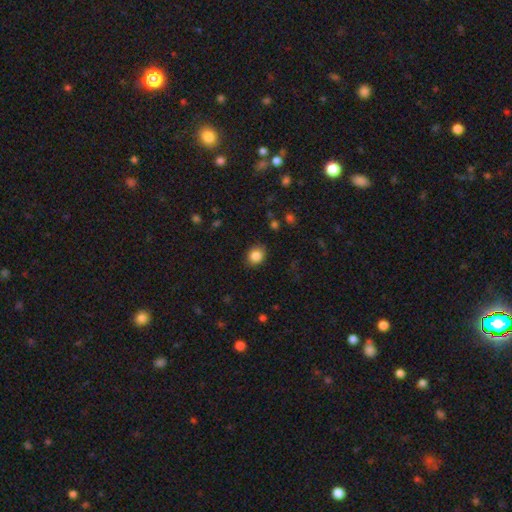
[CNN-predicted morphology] Q: Smooth or featured?
A: smooth (85%); runner-up: star or artifact (9%)
Q: How rounded?
A: round (60%); runner-up: in between (39%)
Q: Merging?
A: none (87%); runner-up: minor disturbance (10%)